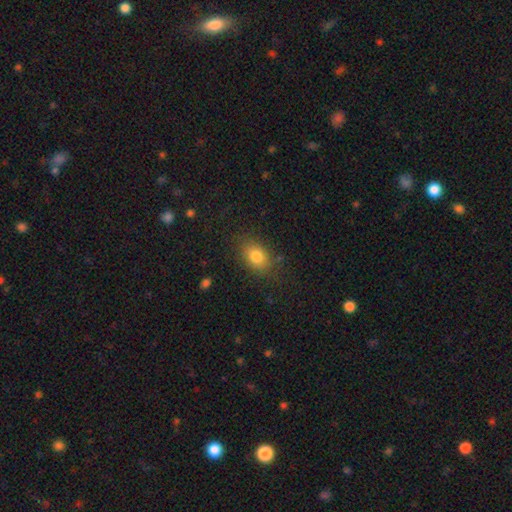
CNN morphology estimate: This is clearly a smooth galaxy (81%). How rounded: likely in between (73%). Merging: likely none (80%).